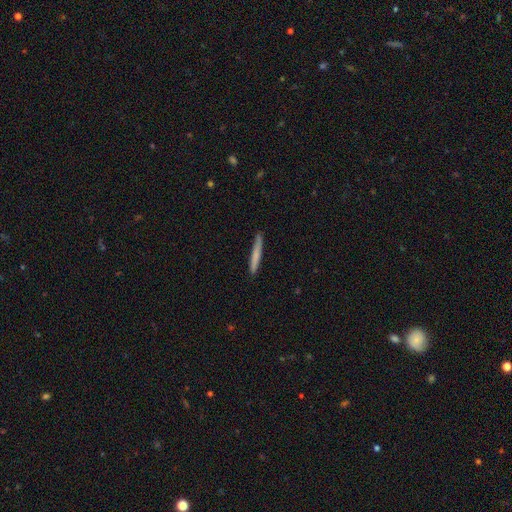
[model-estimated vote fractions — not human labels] Smooth or featured? smooth (71%)
How rounded? cigar-shaped (96%)
Merging? none (89%)